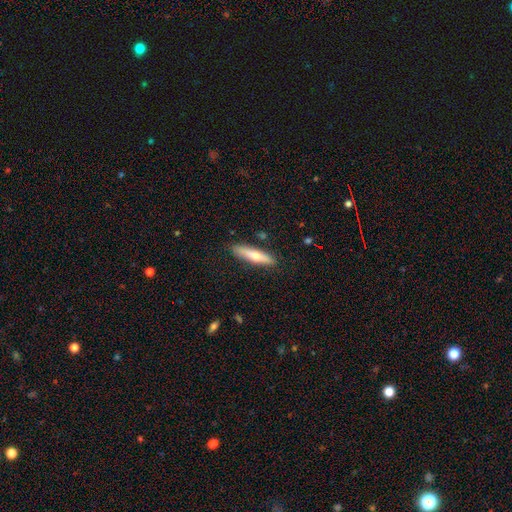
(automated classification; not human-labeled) This is possibly a smooth galaxy (55%). How rounded: clearly cigar-shaped (81%). Merging: clearly none (87%).